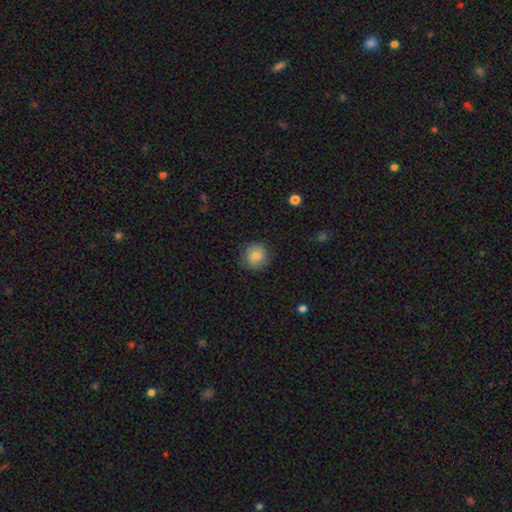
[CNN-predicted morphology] smooth_or_featured: smooth (p=0.84) [alt: star or artifact p=0.08]
how_rounded: round (p=0.89) [alt: in between p=0.10]
merging: none (p=0.85) [alt: minor disturbance p=0.11]